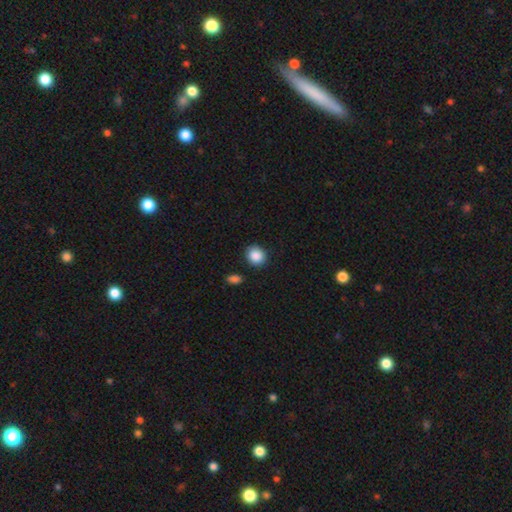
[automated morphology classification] smooth-or-featured: smooth: 89% | star or artifact: 8% | featured or disk: 3%
  how-rounded: round: 77% | in between: 22% | cigar-shaped: 1%
  merging: none: 87% | minor disturbance: 8% | merger: 3% | major disturbance: 2%